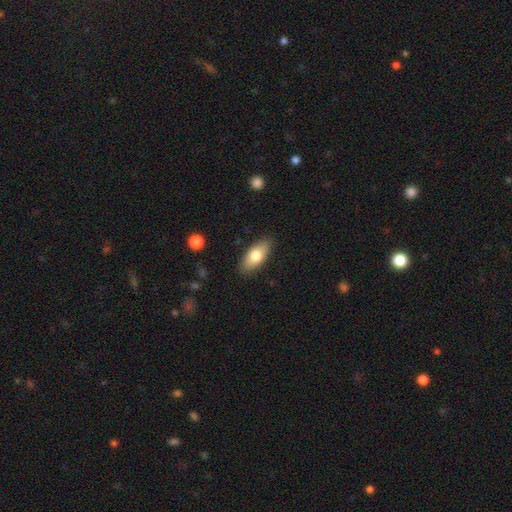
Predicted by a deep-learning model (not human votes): Smooth or featured: smooth — 74% (featured or disk — 19%)
How rounded: in between — 85% (cigar-shaped — 12%)
Merging: none — 86% (minor disturbance — 10%)